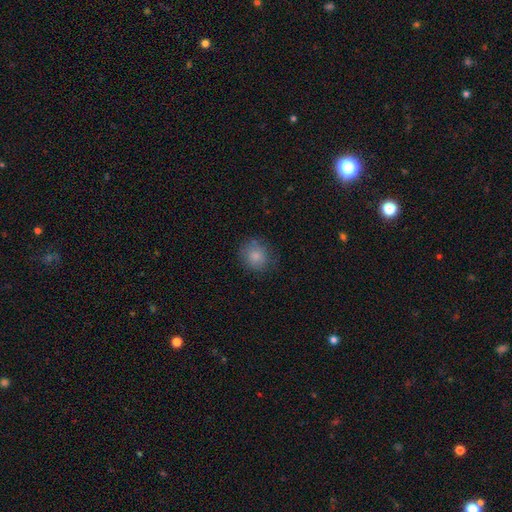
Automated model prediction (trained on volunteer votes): Q: Smooth or featured?
A: smooth (83%); runner-up: star or artifact (9%)
Q: How rounded?
A: round (81%); runner-up: in between (18%)
Q: Merging?
A: none (78%); runner-up: minor disturbance (16%)